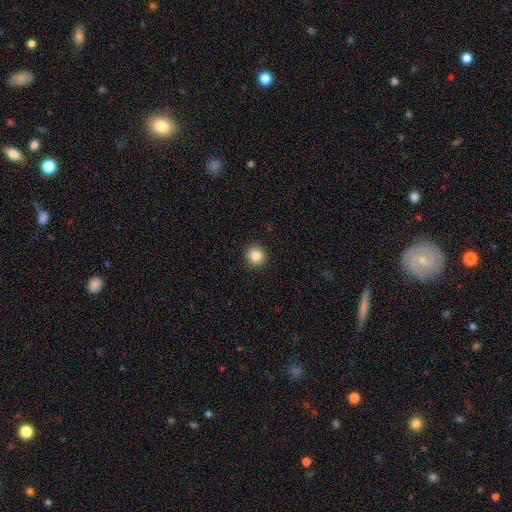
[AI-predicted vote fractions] Smooth or featured?
  - smooth: 85% *
  - star or artifact: 10%
  - featured or disk: 5%
How rounded?
  - round: 95% *
  - in between: 4%
  - cigar-shaped: 1%
Merging?
  - none: 92% *
  - minor disturbance: 5%
  - major disturbance: 2%
  - merger: 1%